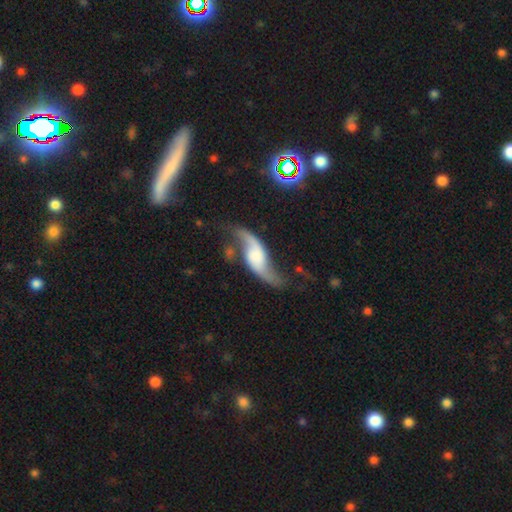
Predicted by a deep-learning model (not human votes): This appears to be a featured or disk galaxy (81%) with no bar (54%), 2 (93%) loose (90%) spiral arms (95%) and no central bulge (35%). Merging: none (57%).